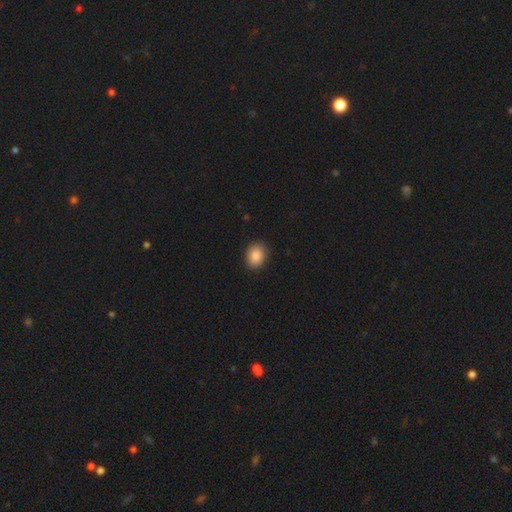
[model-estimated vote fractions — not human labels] This is clearly a smooth galaxy (88%). How rounded: likely in between (64%). Merging: clearly none (89%).